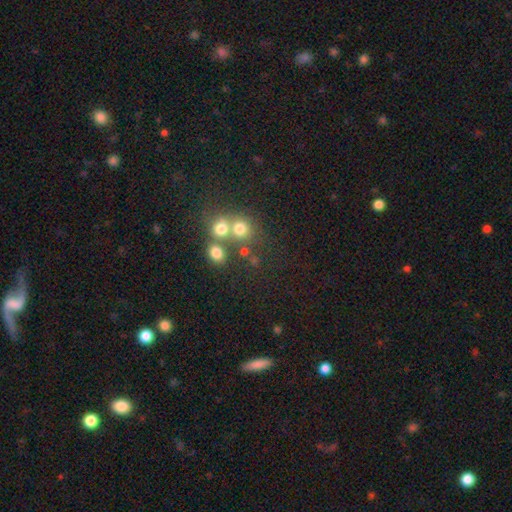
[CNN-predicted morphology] A smooth galaxy with no disk features (47%).

Vote fractions:
- Smooth or featured? smooth: 47% / star or artifact: 38% / featured or disk: 15%
- Merging? none: 48% / merger: 39% / minor disturbance: 8% / major disturbance: 5%